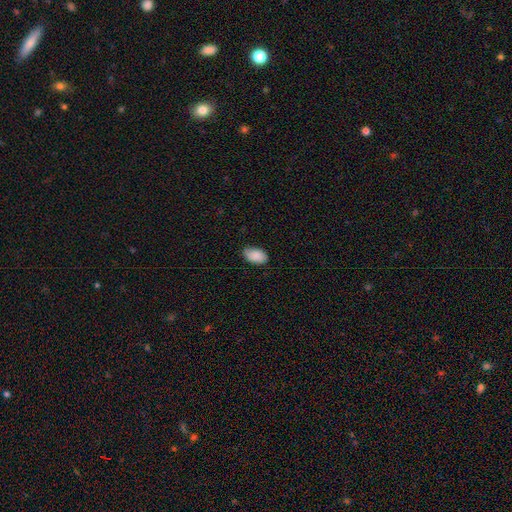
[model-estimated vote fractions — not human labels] smooth-or-featured: smooth: 89% | star or artifact: 7% | featured or disk: 5%
  how-rounded: in between: 93% | round: 6% | cigar-shaped: 1%
  merging: none: 82% | minor disturbance: 15% | major disturbance: 3% | merger: 1%